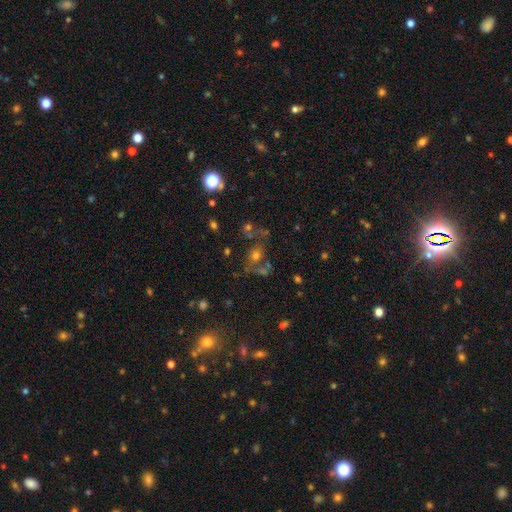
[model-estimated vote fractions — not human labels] Smooth or featured? Predicted: smooth (p=0.41). Merging? Predicted: none (p=0.53).